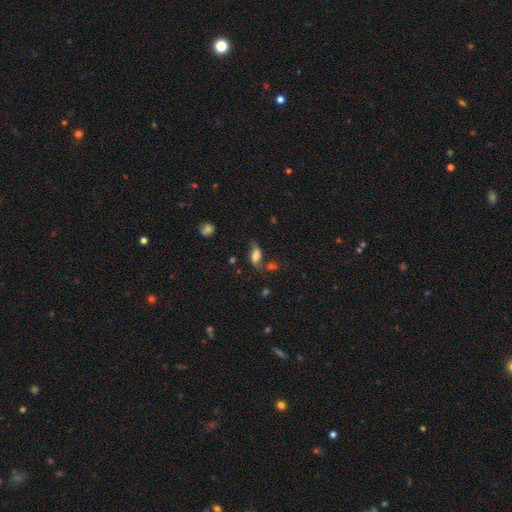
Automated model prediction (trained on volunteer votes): Smooth or featured? smooth (59%)
How rounded? in between (84%)
Merging? none (53%)